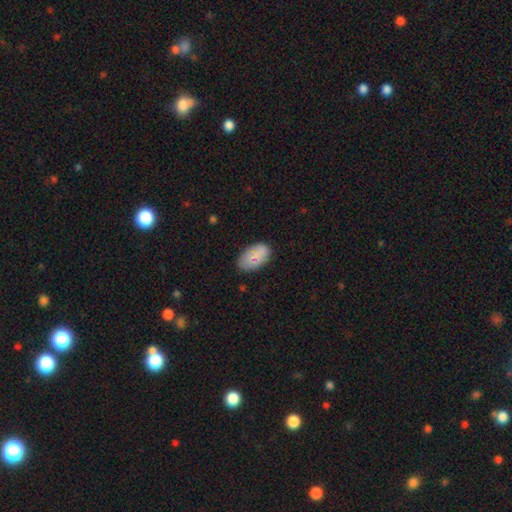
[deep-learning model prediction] This is likely a smooth galaxy (78%). How rounded: clearly in between (94%). Merging: likely none (77%).